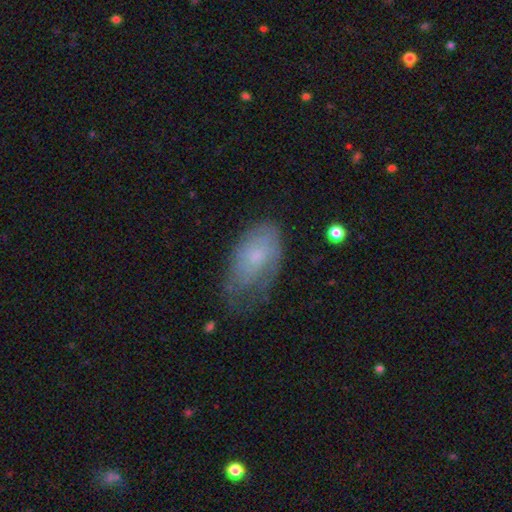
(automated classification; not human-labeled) Morphology: type=smooth (57%); roundness=in between (92%); merging=none (40%).